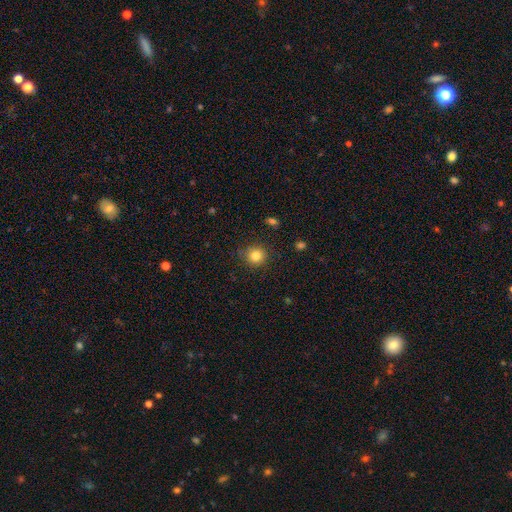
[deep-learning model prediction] Smooth or featured? Predicted: smooth (p=0.82). How rounded? Predicted: round (p=0.91). Merging? Predicted: none (p=0.87).